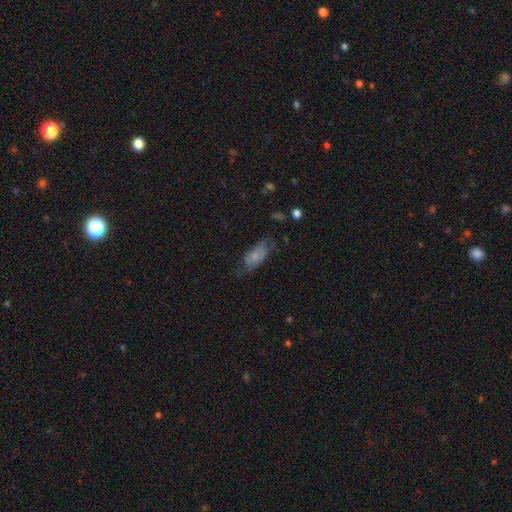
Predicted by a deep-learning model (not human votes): Smooth or featured? Predicted: smooth (p=0.65). How rounded? Predicted: in between (p=0.84). Merging? Predicted: none (p=0.55).